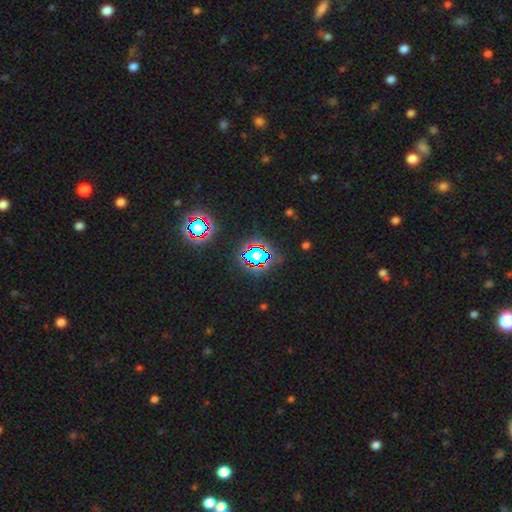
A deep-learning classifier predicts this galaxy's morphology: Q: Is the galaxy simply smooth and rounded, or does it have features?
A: star or artifact — 66%.